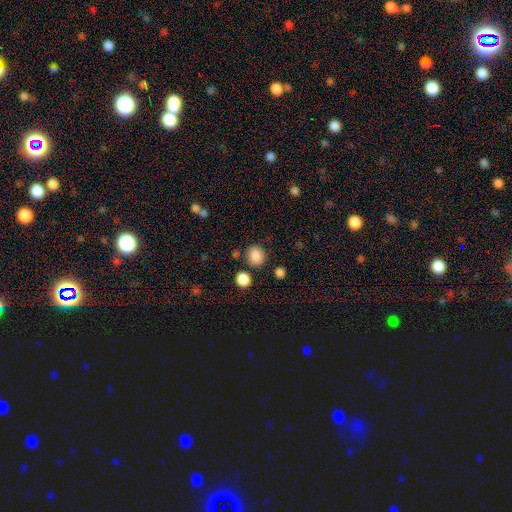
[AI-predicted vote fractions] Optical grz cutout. It shows a smooth galaxy with no disk features (86%) that is round (76%). Merging: none (81%).